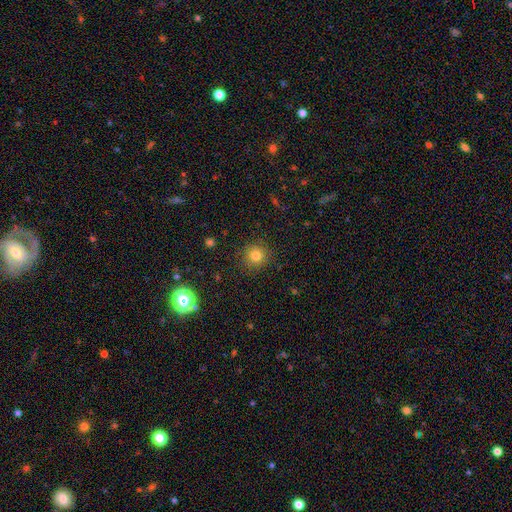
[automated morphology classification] A smooth galaxy with no disk features (79%) that is round (93%). Merging: none (89%).